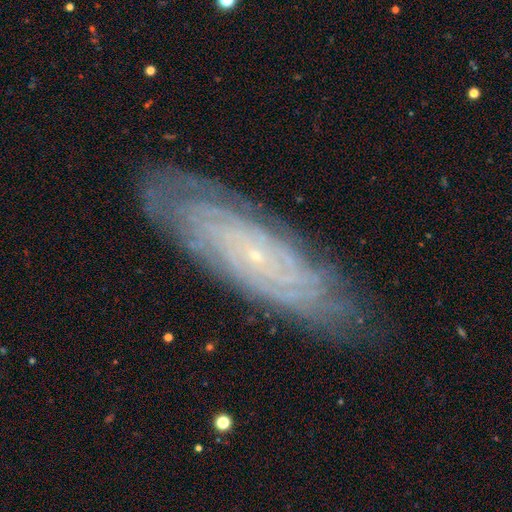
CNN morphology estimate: featured or disk 81%, smooth 12%, star or artifact 8%. Down the decision tree: edge-on disk — no (83%); bar — no (79%); spiral arms — yes (94%); spiral arm count — can't tell (50%); spiral winding — tight (83%); bulge size — small (90%); merging — none (83%).